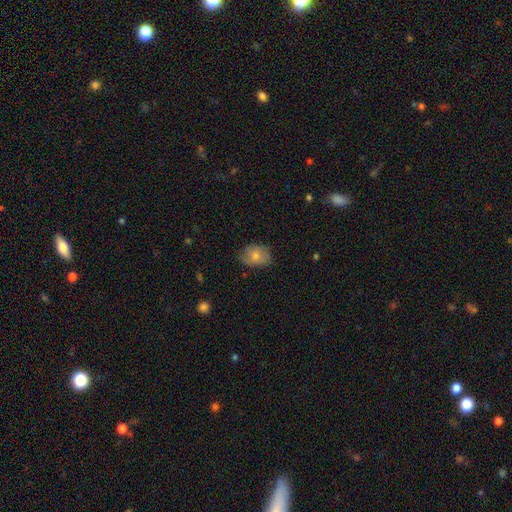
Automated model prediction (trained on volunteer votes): A smooth galaxy with no disk features (68%) that is in between round and cigar-shaped (67%).

Vote fractions:
- Smooth or featured? smooth: 68% / featured or disk: 23% / star or artifact: 10%
- How rounded? in between: 67% / round: 32% / cigar-shaped: 1%
- Merging? none: 70% / minor disturbance: 23% / major disturbance: 5% / merger: 1%